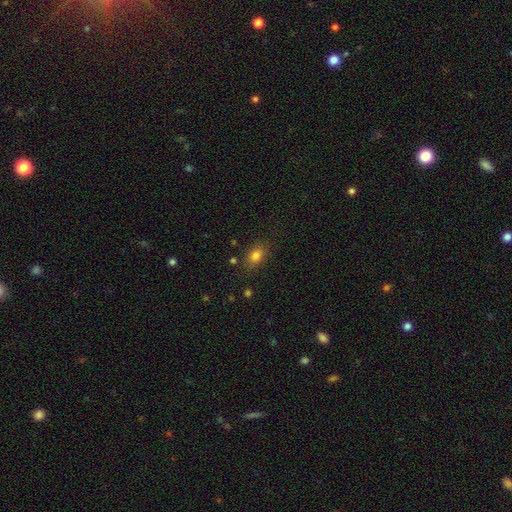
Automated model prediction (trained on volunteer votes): This appears to be a smooth galaxy with no disk features (81%) that is in between round and cigar-shaped (76%). Merging: none (81%).